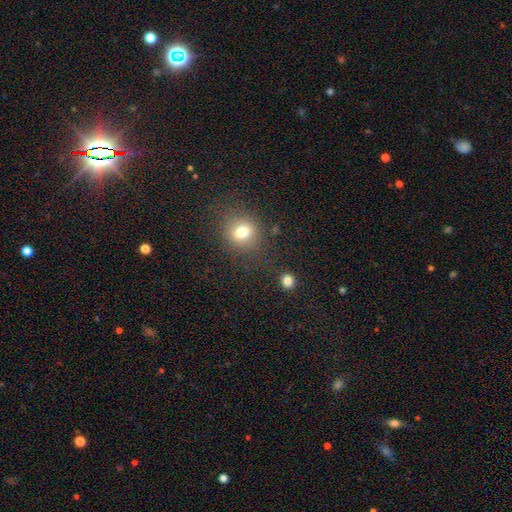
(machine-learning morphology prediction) smooth-or-featured: smooth: 56% | star or artifact: 36% | featured or disk: 8%
  how-rounded: round: 82% | in between: 16% | cigar-shaped: 1%
  merging: none: 87% | minor disturbance: 8% | major disturbance: 3% | merger: 2%